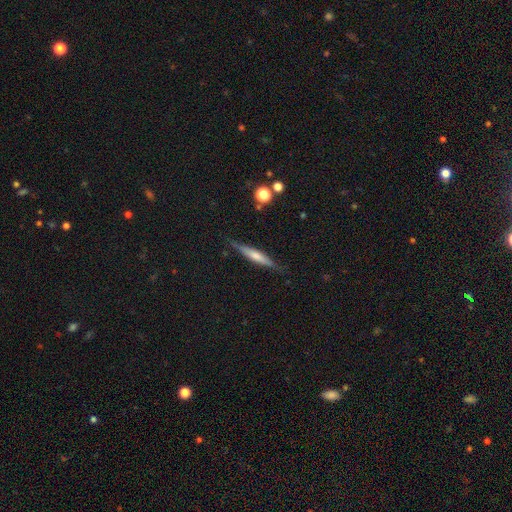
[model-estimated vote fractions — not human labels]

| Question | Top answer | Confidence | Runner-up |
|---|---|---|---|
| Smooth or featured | featured or disk | 59% | smooth (33%) |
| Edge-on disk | yes | 96% | no (4%) |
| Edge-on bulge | rounded | 57% | none (29%) |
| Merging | none | 86% | minor disturbance (11%) |